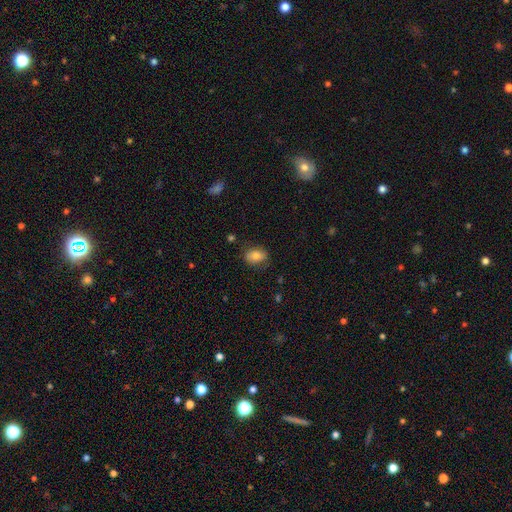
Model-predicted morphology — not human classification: The model was most divided on "merging": none: 76%, minor disturbance: 17%, major disturbance: 5%, merger: 1%. More confident: how rounded — in between (79%); smooth or featured — smooth (77%).